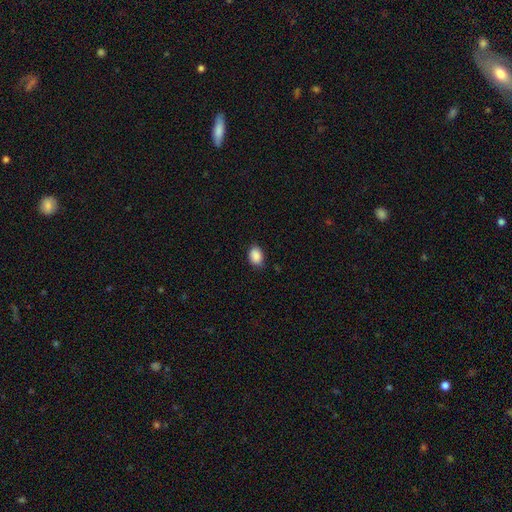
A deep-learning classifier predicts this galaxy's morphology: The model was most divided on "how rounded": in between: 77%, round: 22%, cigar-shaped: 1%. More confident: smooth or featured — smooth (89%); merging — none (83%).